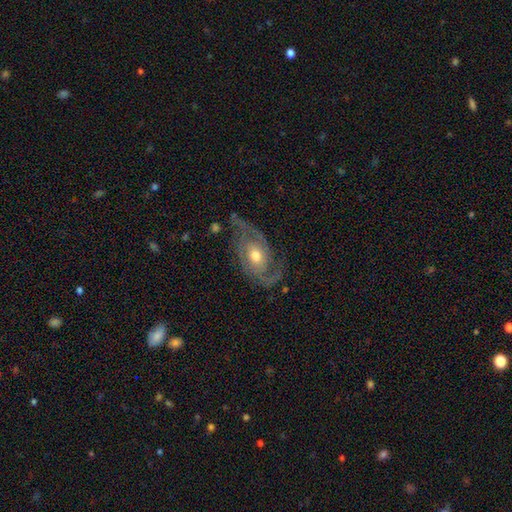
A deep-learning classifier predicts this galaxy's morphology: Smooth or featured?
  - featured or disk: 87% *
  - smooth: 8%
  - star or artifact: 5%
Edge-on disk?
  - no: 96% *
  - yes: 4%
Bar?
  - no: 68% *
  - weak: 26%
  - strong: 7%
Spiral arms?
  - yes: 95% *
  - no: 5%
Spiral winding?
  - medium: 48% *
  - tight: 28%
  - loose: 24%
Spiral arm count?
  - 2: 86% *
  - can't tell: 6%
  - 3: 3%
  - 1: 3%
  - 4: 1%
  - more than 4: 1%
Bulge size?
  - moderate: 73% *
  - small: 18%
  - large: 7%
  - none: 1%
  - dominant: 1%
Merging?
  - none: 69% *
  - minor disturbance: 18%
  - major disturbance: 11%
  - merger: 2%